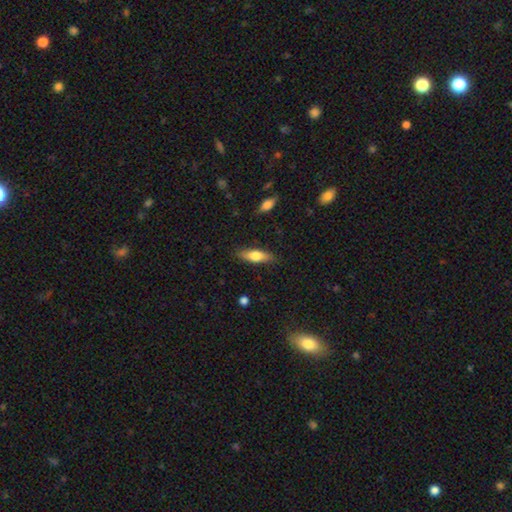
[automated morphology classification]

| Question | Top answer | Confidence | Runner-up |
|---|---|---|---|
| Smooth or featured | smooth | 64% | featured or disk (30%) |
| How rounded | in between | 52% | cigar-shaped (46%) |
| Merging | none | 84% | minor disturbance (12%) |